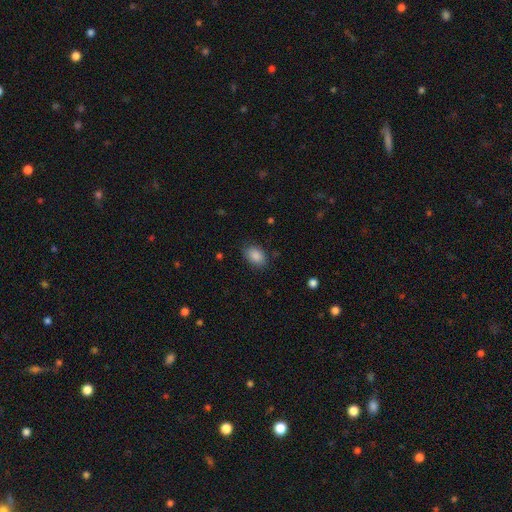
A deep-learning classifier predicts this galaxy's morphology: This appears to be a smooth galaxy with no disk features (88%) that is in between round and cigar-shaped (84%). Merging: none (82%).